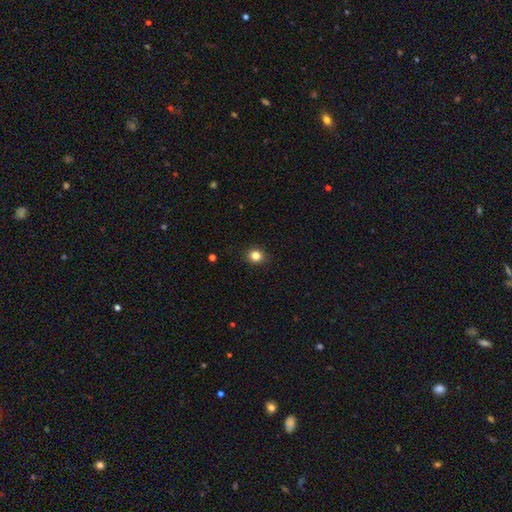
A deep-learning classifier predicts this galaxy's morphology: Overall: smooth (83%). How rounded: round (78%). Merging: none (90%).